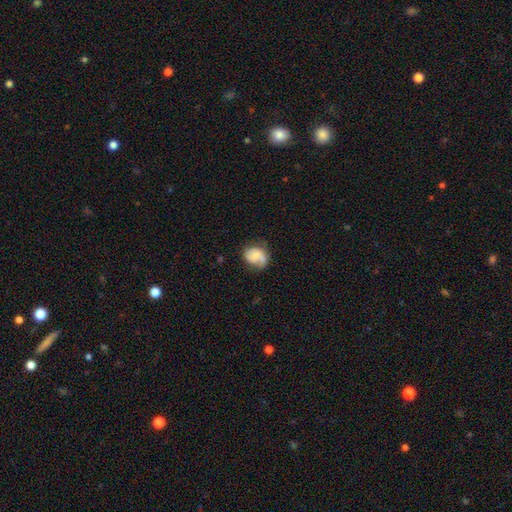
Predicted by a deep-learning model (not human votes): A smooth galaxy with no disk features (49%).

Vote fractions:
- Smooth or featured? smooth: 49% / featured or disk: 43% / star or artifact: 8%
- Merging? none: 51% / minor disturbance: 29% / major disturbance: 15% / merger: 5%